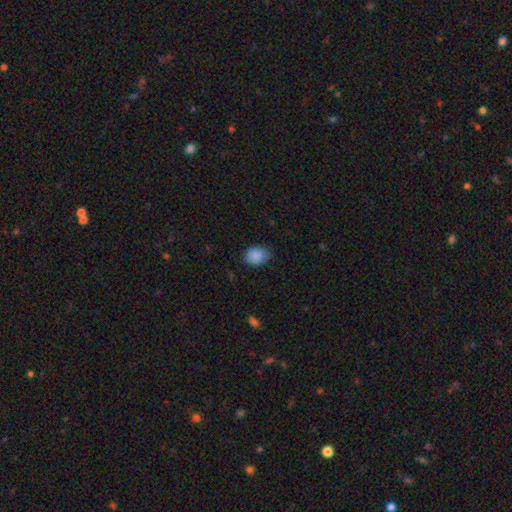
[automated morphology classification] Smooth or featured: smooth — 88% (star or artifact — 8%)
How rounded: in between — 54% (round — 45%)
Merging: none — 66% (minor disturbance — 28%)